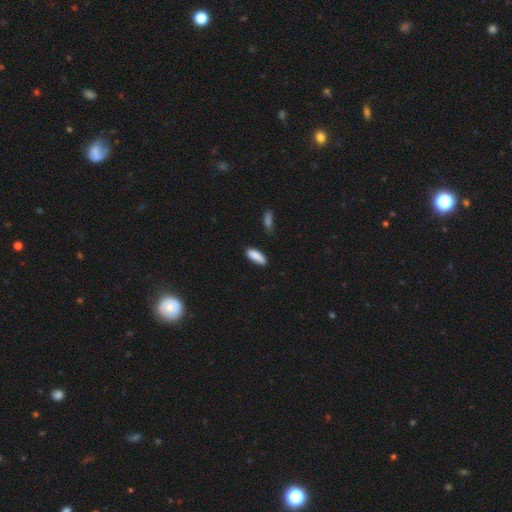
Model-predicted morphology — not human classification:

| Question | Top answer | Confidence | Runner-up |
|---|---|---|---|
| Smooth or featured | smooth | 88% | star or artifact (7%) |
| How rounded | in between | 64% | cigar-shaped (34%) |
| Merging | none | 74% | minor disturbance (19%) |